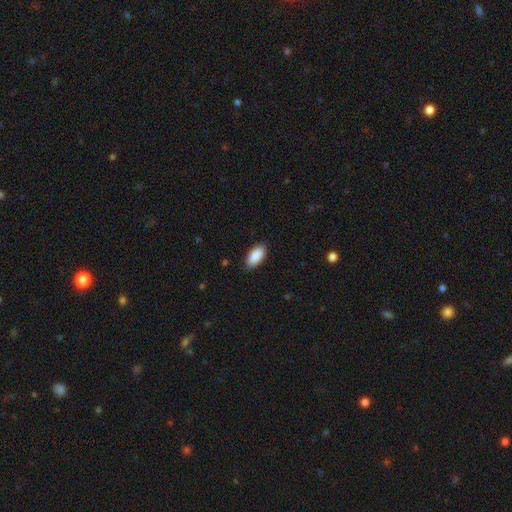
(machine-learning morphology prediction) A smooth galaxy with no disk features (90%) that is in between round and cigar-shaped (94%).

Vote fractions:
- Smooth or featured? smooth: 90% / star or artifact: 6% / featured or disk: 4%
- How rounded? in between: 94% / cigar-shaped: 4% / round: 2%
- Merging? none: 86% / minor disturbance: 11% / major disturbance: 2% / merger: 1%